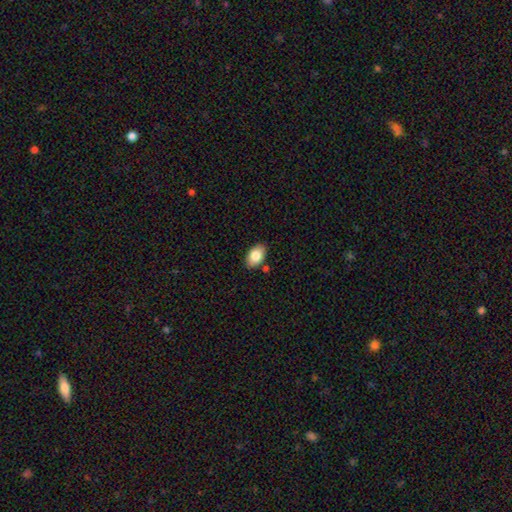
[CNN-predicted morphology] Smooth or featured? Predicted: smooth (p=0.82). How rounded? Predicted: in between (p=0.89). Merging? Predicted: none (p=0.83).